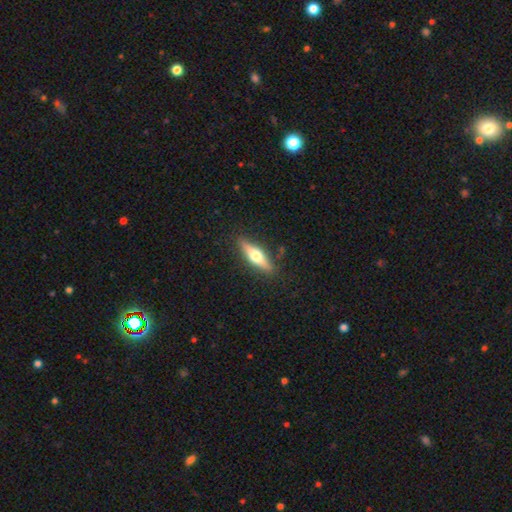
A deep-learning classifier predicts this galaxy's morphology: This appears to be a featured or disk galaxy (50%). Merging: none (86%).